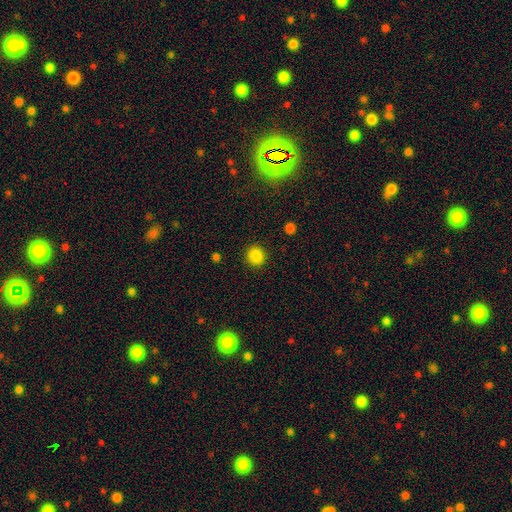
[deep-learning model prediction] Smooth or featured? smooth (86%)
How rounded? round (88%)
Merging? none (91%)